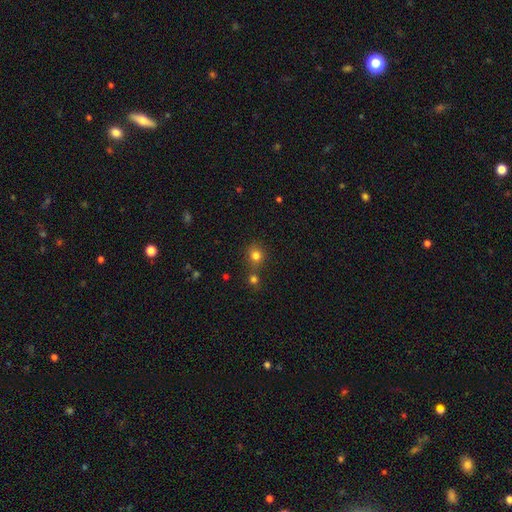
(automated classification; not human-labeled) Smooth or featured: smooth — 79% (star or artifact — 15%)
How rounded: round — 85% (in between — 14%)
Merging: none — 65% (merger — 22%)